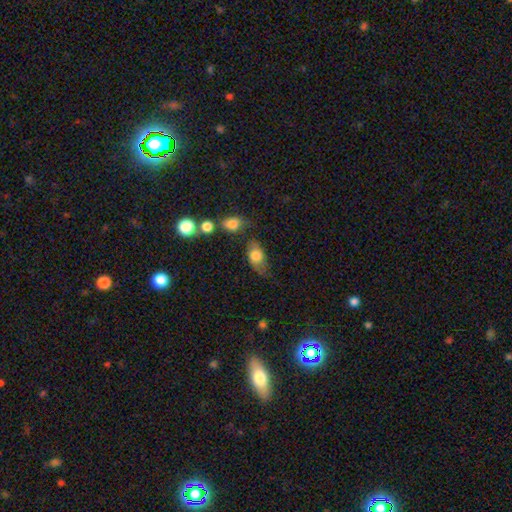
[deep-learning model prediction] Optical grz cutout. It shows a smooth galaxy with no disk features (74%) that is in between round and cigar-shaped (84%). Merging: none (55%).